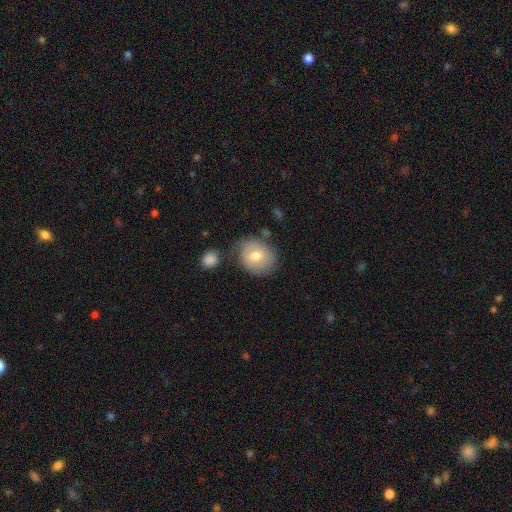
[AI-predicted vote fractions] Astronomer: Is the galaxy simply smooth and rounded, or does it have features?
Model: smooth — 69%.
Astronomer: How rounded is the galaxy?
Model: round — 65%.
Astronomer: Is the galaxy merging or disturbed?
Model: none — 69%.